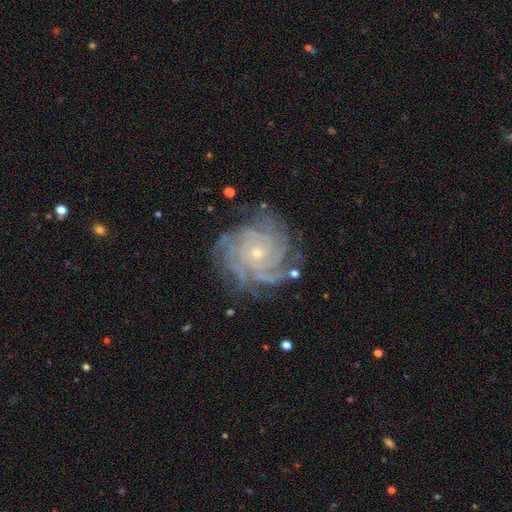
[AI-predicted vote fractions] Smooth or featured? featured or disk (87%)
Edge-on disk? no (97%)
Bar? no (76%)
Spiral arms? yes (98%)
Spiral winding? tight (79%)
Spiral arm count? more than 4 (29%)
Bulge size? small (77%)
Merging? none (81%)